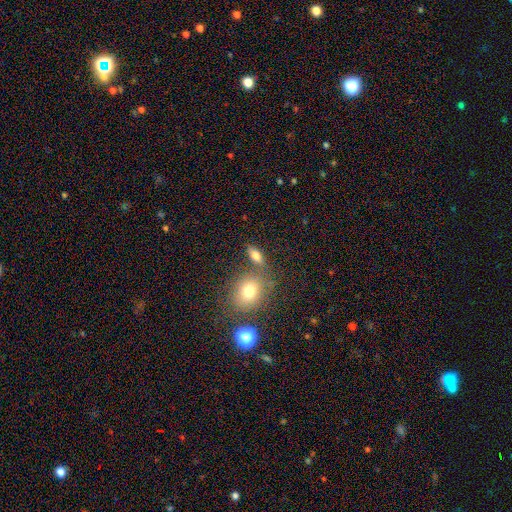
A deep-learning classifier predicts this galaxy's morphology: Smooth or featured?
  - smooth: 73% *
  - featured or disk: 14%
  - star or artifact: 13%
How rounded?
  - in between: 72% *
  - round: 15%
  - cigar-shaped: 13%
Merging?
  - none: 68% *
  - merger: 15%
  - minor disturbance: 12%
  - major disturbance: 5%